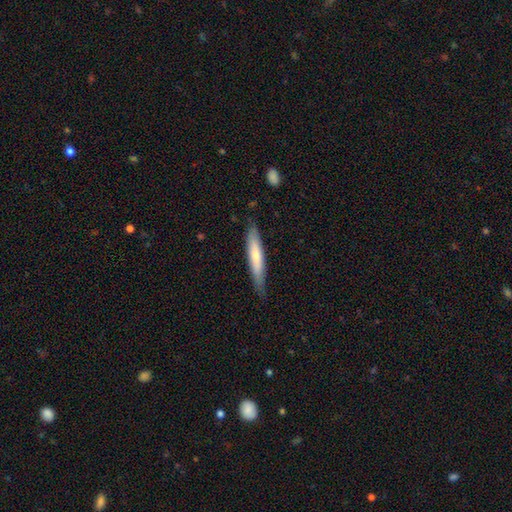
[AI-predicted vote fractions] smooth 63%, featured or disk 32%, star or artifact 5%. Down the decision tree: how rounded — cigar-shaped (89%); merging — none (79%).